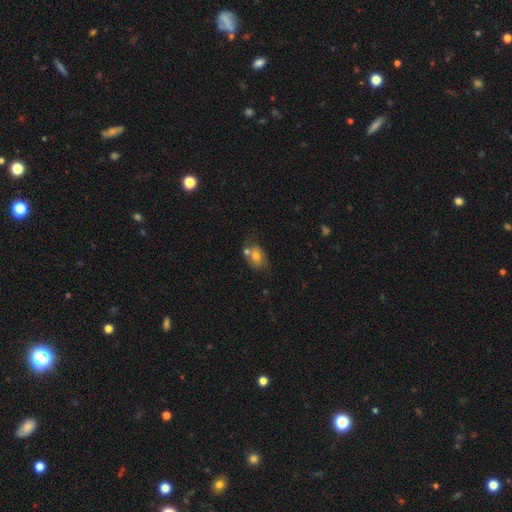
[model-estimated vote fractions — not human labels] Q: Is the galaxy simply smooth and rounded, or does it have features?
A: smooth — 63%.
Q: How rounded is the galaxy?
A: in between — 75%.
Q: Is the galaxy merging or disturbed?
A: none — 46%.